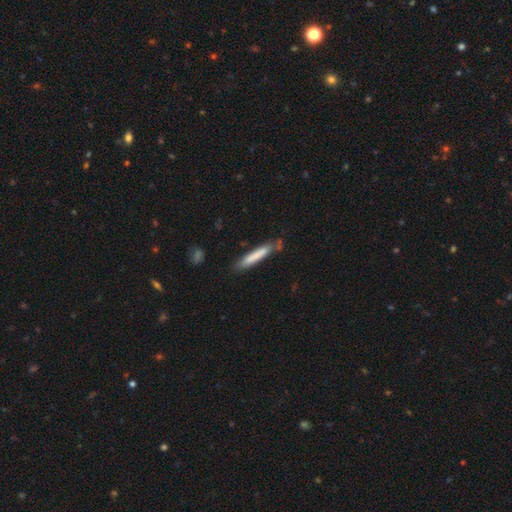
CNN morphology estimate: A smooth galaxy with no disk features (75%) that is cigar-shaped (93%). Merging: none (73%).